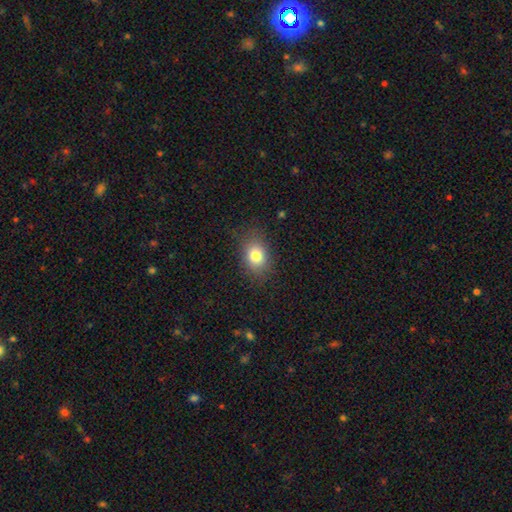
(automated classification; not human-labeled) smooth-or-featured: smooth: 79% | star or artifact: 11% | featured or disk: 10%
  how-rounded: in between: 64% | round: 35% | cigar-shaped: 1%
  merging: none: 82% | minor disturbance: 13% | major disturbance: 5% | merger: 1%